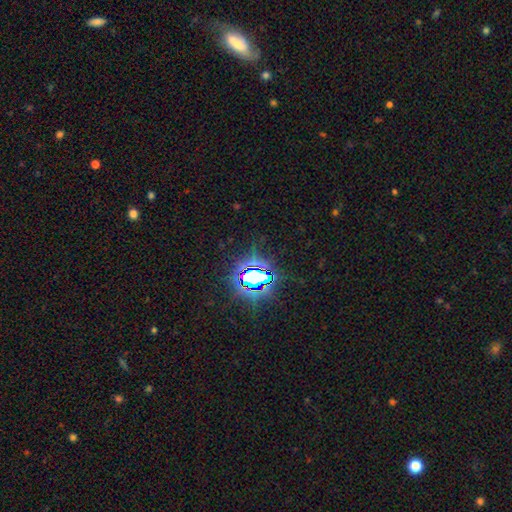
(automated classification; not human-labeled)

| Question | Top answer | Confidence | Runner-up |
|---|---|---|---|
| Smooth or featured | star or artifact | 82% | smooth (11%) |